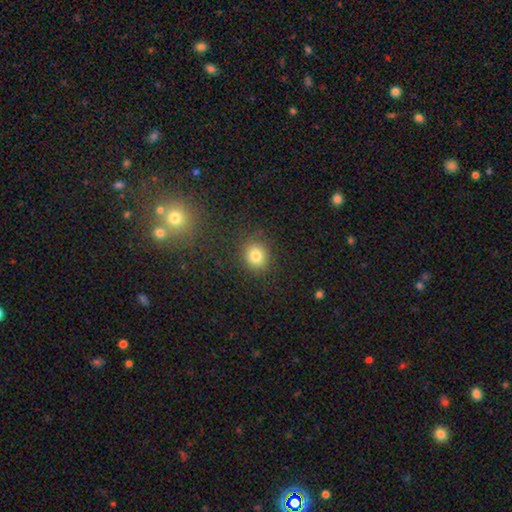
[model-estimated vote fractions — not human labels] The model was most divided on "how rounded": round: 76%, in between: 23%, cigar-shaped: 1%. More confident: merging — none (86%); smooth or featured — smooth (81%).